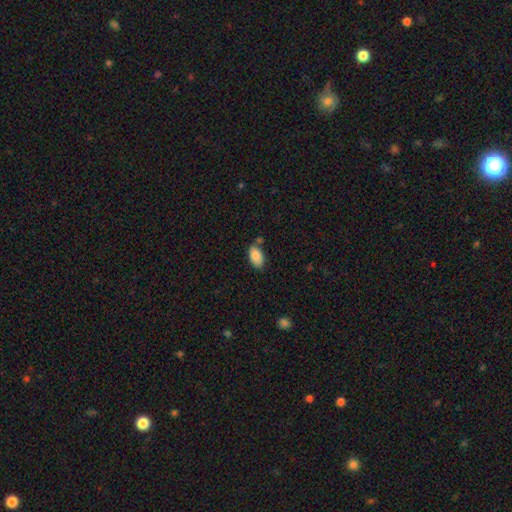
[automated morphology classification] Smooth or featured? Predicted: smooth (p=0.85). How rounded? Predicted: in between (p=0.94). Merging? Predicted: none (p=0.68).